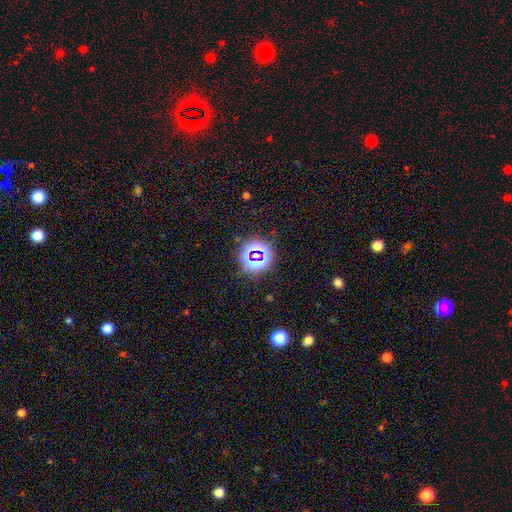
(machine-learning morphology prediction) Q: Smooth or featured?
A: star or artifact (71%); runner-up: smooth (19%)